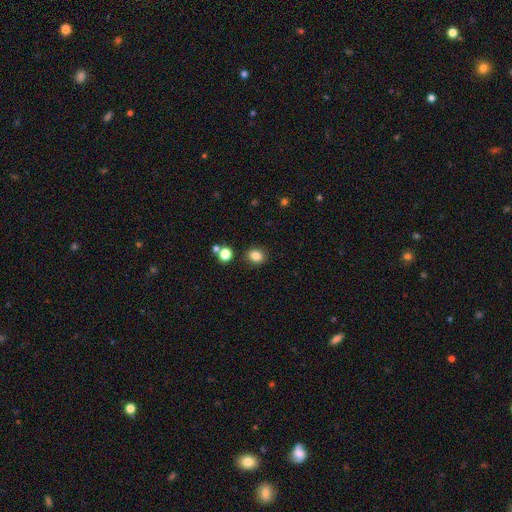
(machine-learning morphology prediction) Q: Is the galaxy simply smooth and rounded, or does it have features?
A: smooth — 83%.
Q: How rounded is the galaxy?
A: round — 58%.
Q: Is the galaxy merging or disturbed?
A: none — 84%.